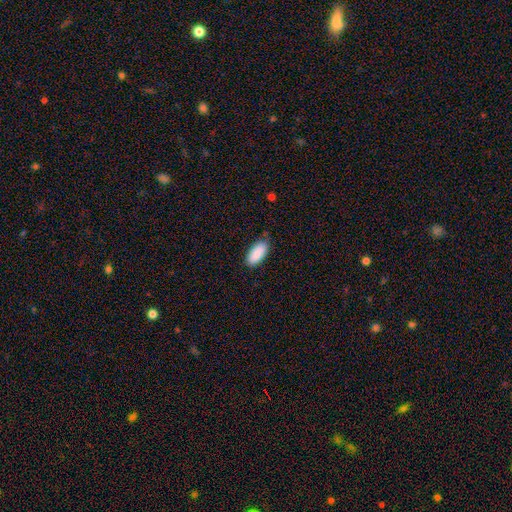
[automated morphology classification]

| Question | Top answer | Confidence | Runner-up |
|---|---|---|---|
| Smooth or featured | smooth | 90% | star or artifact (6%) |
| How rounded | in between | 90% | cigar-shaped (9%) |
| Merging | none | 81% | minor disturbance (15%) |